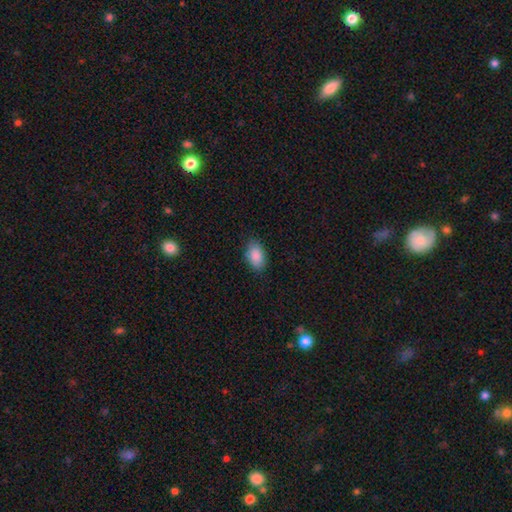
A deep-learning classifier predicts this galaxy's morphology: Smooth or featured: smooth — 89% (star or artifact — 7%)
How rounded: in between — 91% (round — 7%)
Merging: none — 83% (minor disturbance — 13%)